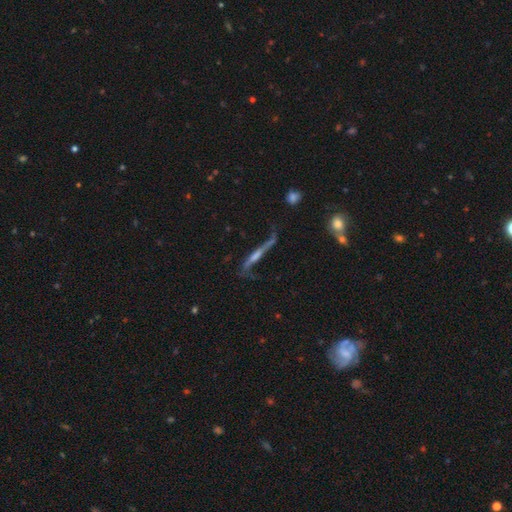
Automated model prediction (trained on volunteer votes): Overall: featured or disk (70%). Edge-on disk: yes (77%). Edge-on bulge: rounded (47%; none 34%). Merging: none (47%; minor disturbance 23%).